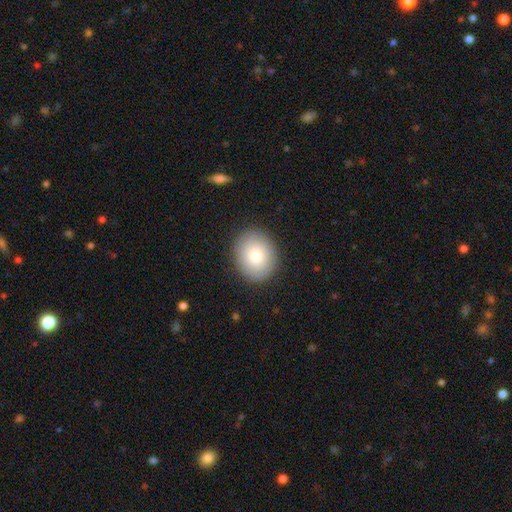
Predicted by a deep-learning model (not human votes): smooth-or-featured: smooth: 82% | featured or disk: 10% | star or artifact: 8%
  how-rounded: round: 66% | in between: 33% | cigar-shaped: 1%
  merging: none: 89% | minor disturbance: 8% | major disturbance: 2% | merger: 1%